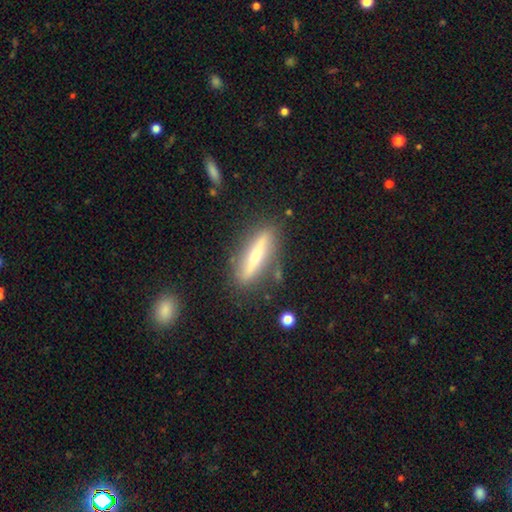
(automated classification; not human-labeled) Overall: featured or disk (58%; smooth 35%). Edge-on disk: yes (77%). Merging: none (82%).